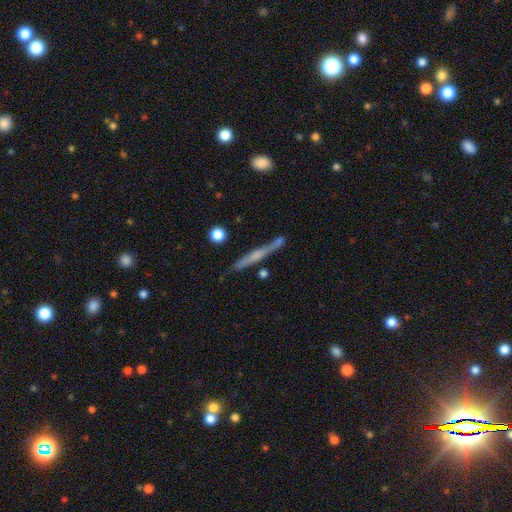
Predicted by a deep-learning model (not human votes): Overall: featured or disk (59%; smooth 34%). Edge-on disk: yes (96%). Edge-on bulge: rounded (43%; none 42%). Merging: none (79%).